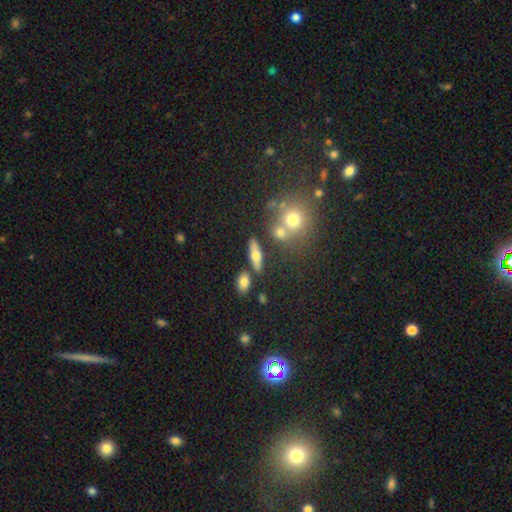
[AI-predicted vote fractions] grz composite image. It shows a smooth galaxy with no disk features (50%). Merging: none (76%).